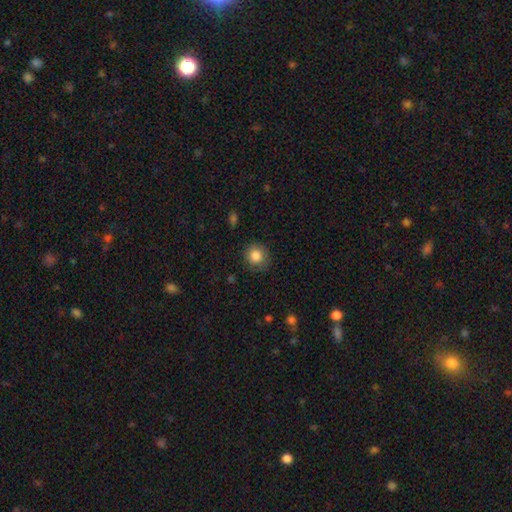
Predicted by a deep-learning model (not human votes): A smooth galaxy with no disk features (84%) that is round (85%). Merging: none (81%).